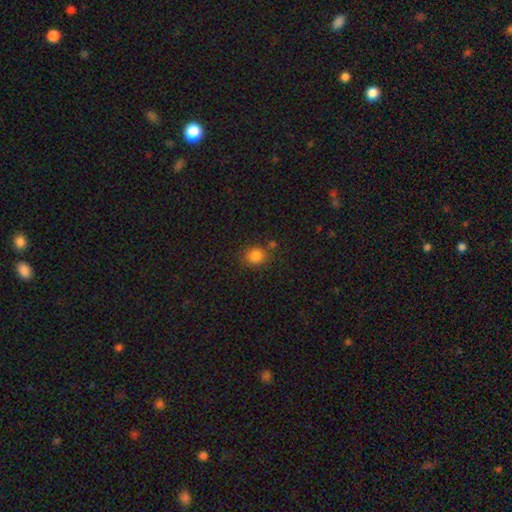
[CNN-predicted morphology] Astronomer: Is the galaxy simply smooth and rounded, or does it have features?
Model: smooth — 84%.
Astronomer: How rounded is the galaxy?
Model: round — 81%.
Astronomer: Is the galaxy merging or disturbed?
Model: none — 76%.